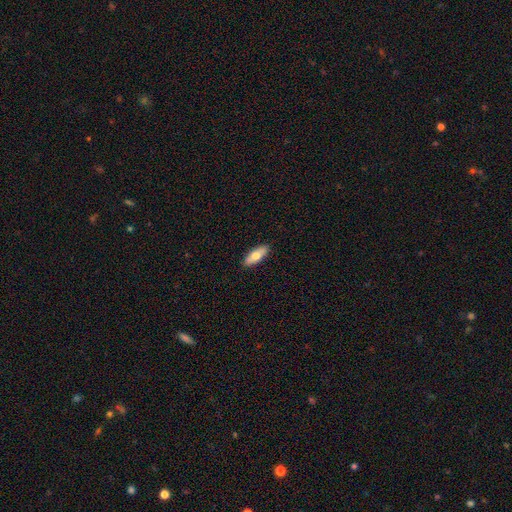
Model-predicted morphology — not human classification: smooth-or-featured: smooth: 69% | featured or disk: 25% | star or artifact: 6%
  how-rounded: in between: 72% | cigar-shaped: 26% | round: 2%
  merging: none: 90% | minor disturbance: 8% | major disturbance: 2% | merger: 1%